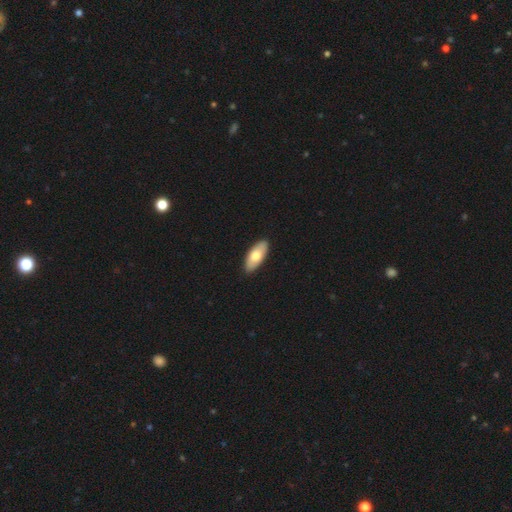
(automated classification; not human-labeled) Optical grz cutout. It shows a smooth galaxy with no disk features (70%) that is in between round and cigar-shaped (87%). Merging: none (90%).